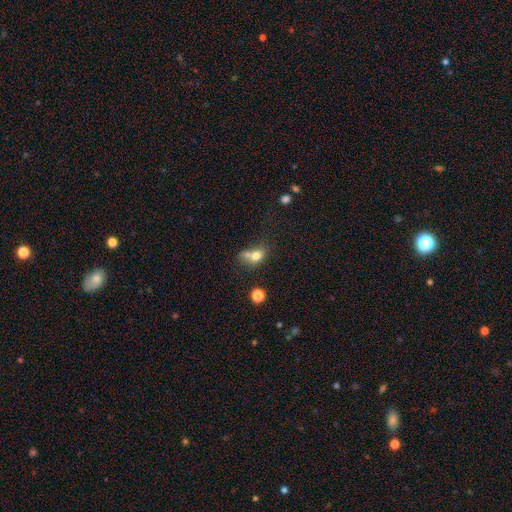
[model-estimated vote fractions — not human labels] Smooth or featured?
  - smooth: 71% *
  - featured or disk: 17%
  - star or artifact: 12%
How rounded?
  - in between: 57% *
  - round: 40%
  - cigar-shaped: 3%
Merging?
  - merger: 49% *
  - none: 27%
  - minor disturbance: 14%
  - major disturbance: 10%